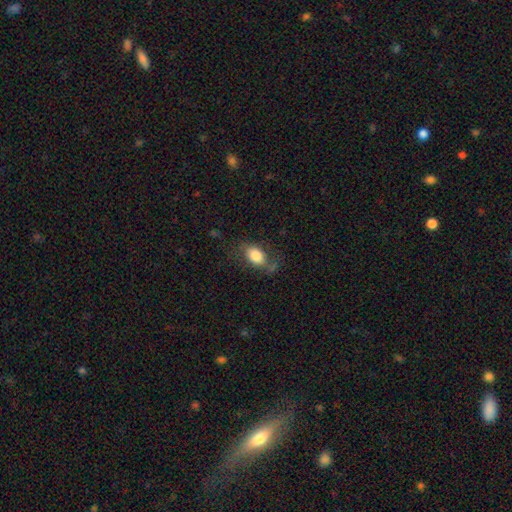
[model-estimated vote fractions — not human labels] Overall: smooth (77%). How rounded: in between (84%). Merging: none (57%; minor disturbance 24%).